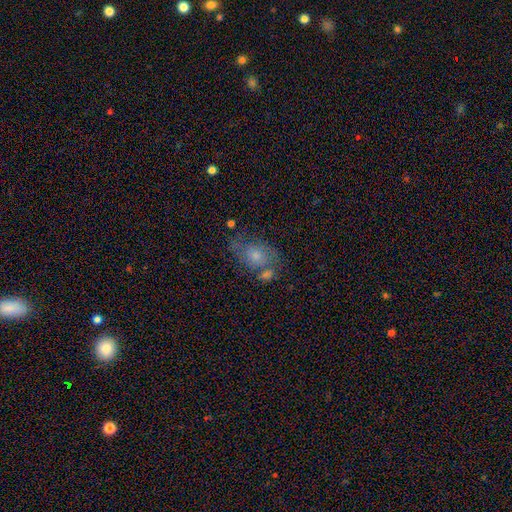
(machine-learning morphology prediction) Smooth or featured: featured or disk — 44% (smooth — 39%)
Merging: none — 52% (minor disturbance — 20%)